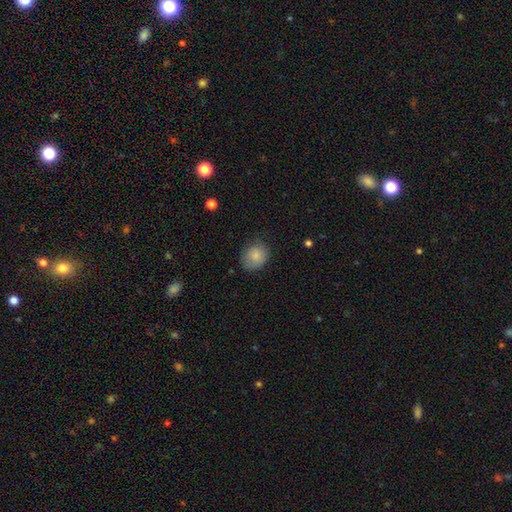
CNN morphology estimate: Overall: smooth (84%). How rounded: round (61%; in between 38%). Merging: none (71%).